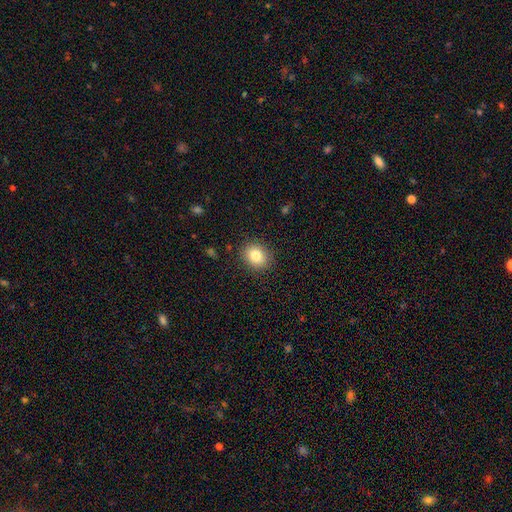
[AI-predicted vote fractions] This is clearly a smooth galaxy (82%). How rounded: possibly round (60%). Merging: clearly none (88%).